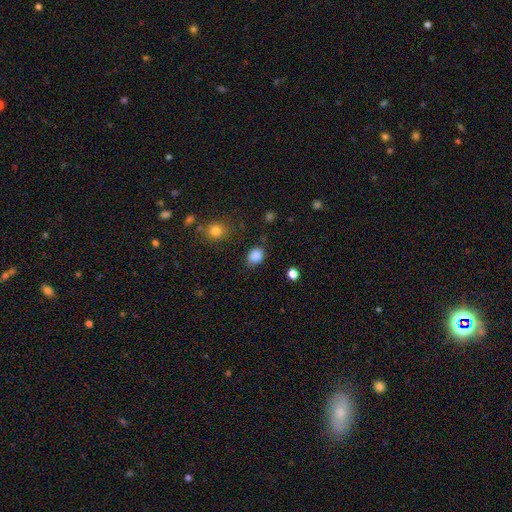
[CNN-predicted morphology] Smooth or featured? smooth (86%)
How rounded? in between (54%)
Merging? none (77%)